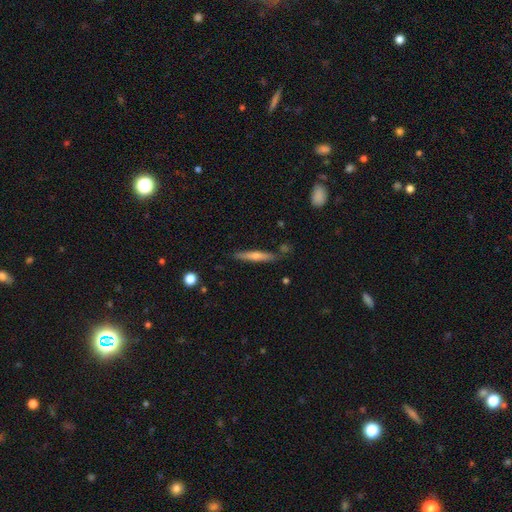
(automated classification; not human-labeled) featured or disk 48%, smooth 45%, star or artifact 7%. Down the decision tree: merging — none (85%).